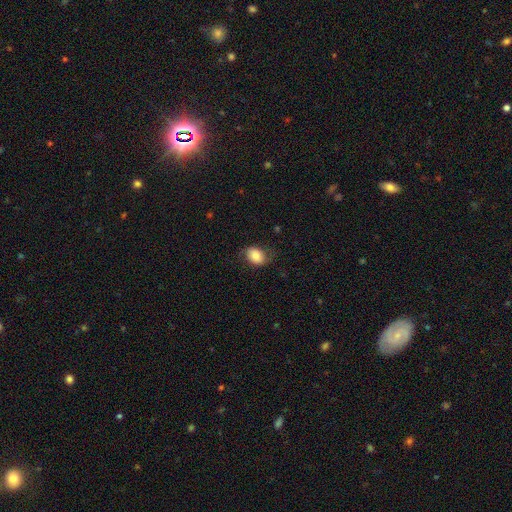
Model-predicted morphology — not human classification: Smooth or featured? Predicted: smooth (p=0.77). How rounded? Predicted: in between (p=0.74). Merging? Predicted: none (p=0.67).